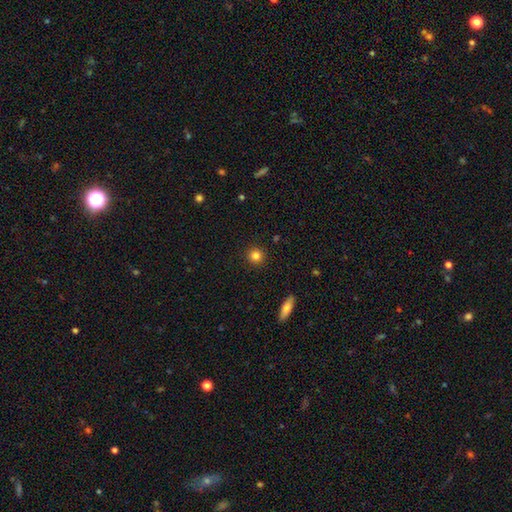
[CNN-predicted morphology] Smooth or featured?
  - smooth: 83% *
  - star or artifact: 12%
  - featured or disk: 6%
How rounded?
  - round: 94% *
  - in between: 5%
  - cigar-shaped: 1%
Merging?
  - none: 92% *
  - minor disturbance: 5%
  - major disturbance: 2%
  - merger: 1%